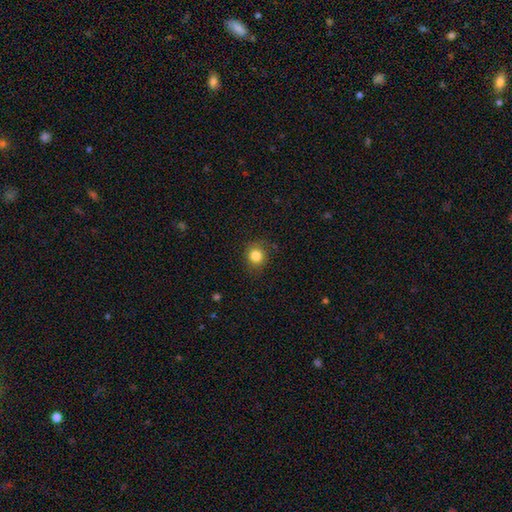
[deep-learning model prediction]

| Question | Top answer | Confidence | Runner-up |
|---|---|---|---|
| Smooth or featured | smooth | 83% | star or artifact (11%) |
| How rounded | round | 84% | in between (15%) |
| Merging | none | 81% | minor disturbance (13%) |